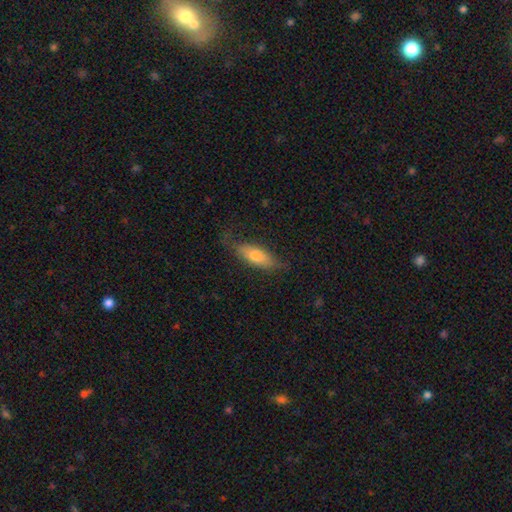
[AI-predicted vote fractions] smooth 65%, featured or disk 29%, star or artifact 7%. Down the decision tree: how rounded — in between (60%); merging — none (65%).